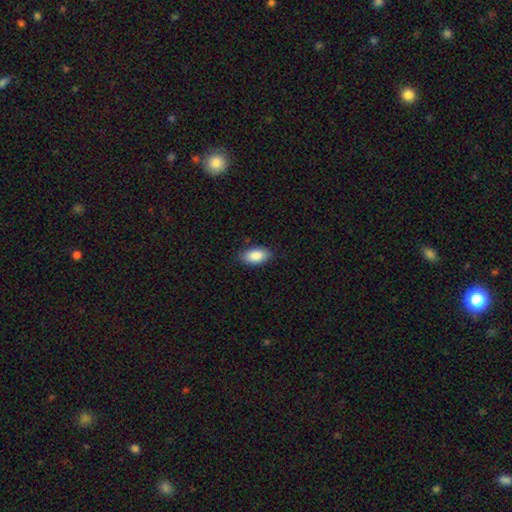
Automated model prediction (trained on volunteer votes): Morphology: type=smooth (89%); roundness=in between (94%); merging=none (85%).